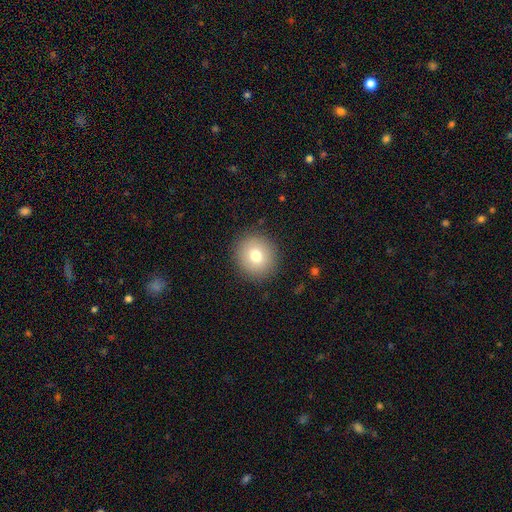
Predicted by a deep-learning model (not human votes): Smooth or featured?
  - smooth: 76% *
  - featured or disk: 13%
  - star or artifact: 11%
How rounded?
  - round: 91% *
  - in between: 8%
  - cigar-shaped: 1%
Merging?
  - none: 90% *
  - minor disturbance: 7%
  - major disturbance: 3%
  - merger: 1%